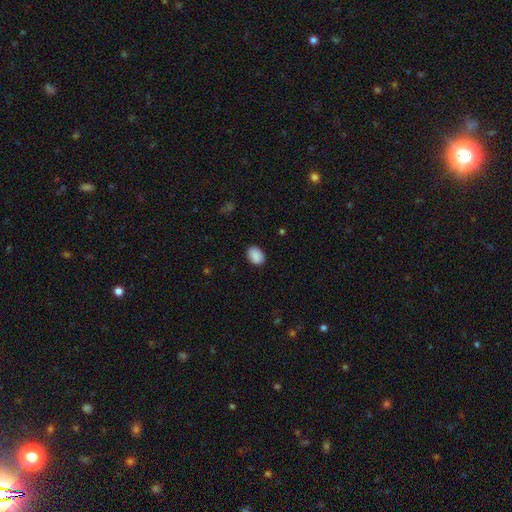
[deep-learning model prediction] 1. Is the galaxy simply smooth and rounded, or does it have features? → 90% smooth, 7% star or artifact, 3% featured or disk.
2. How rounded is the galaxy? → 75% in between, 24% round, 1% cigar-shaped.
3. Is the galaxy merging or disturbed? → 88% none, 9% minor disturbance, 2% major disturbance, 1% merger.